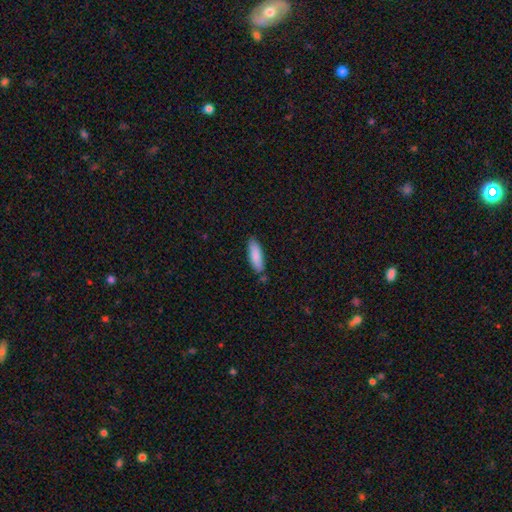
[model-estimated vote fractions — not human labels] Smooth or featured? Predicted: smooth (p=0.87). How rounded? Predicted: in between (p=0.53). Merging? Predicted: none (p=0.80).